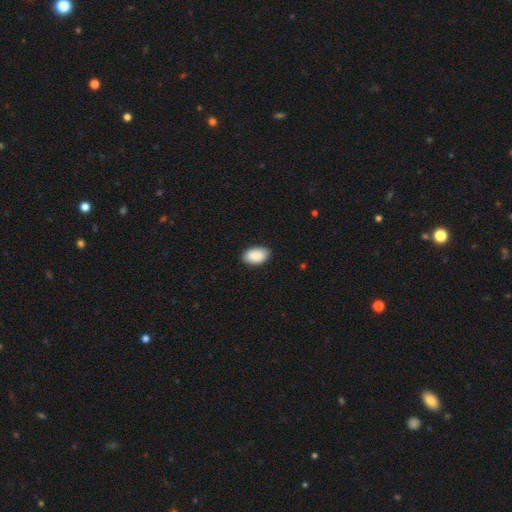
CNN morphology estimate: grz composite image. It shows a smooth galaxy with no disk features (90%) that is in between round and cigar-shaped (93%). Merging: none (87%).